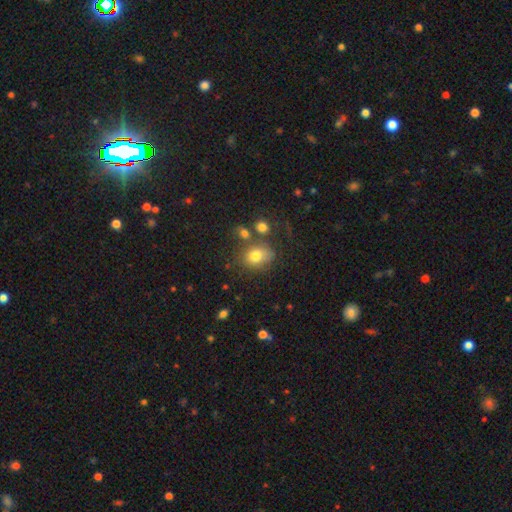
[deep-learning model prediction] This appears to be a smooth galaxy with no disk features (77%) that is in between round and cigar-shaped (52%). Merging: none (61%).